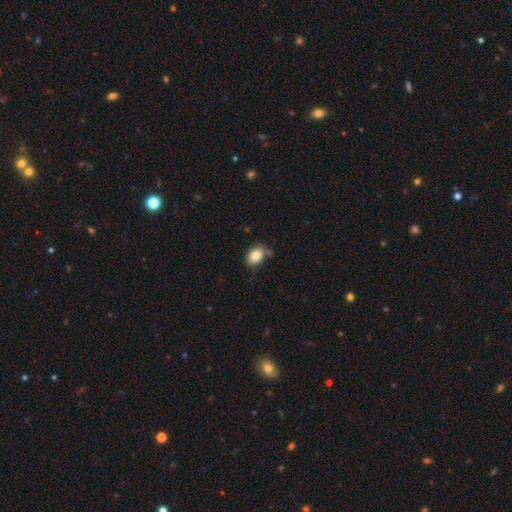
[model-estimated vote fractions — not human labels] The model was most divided on "how rounded": in between: 72%, round: 27%, cigar-shaped: 1%. More confident: smooth or featured — smooth (82%); merging — none (72%).